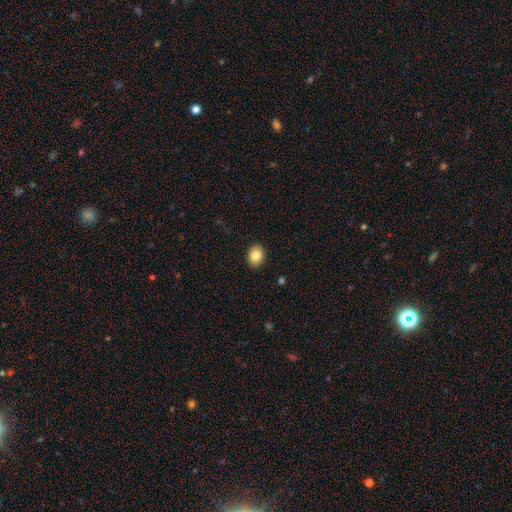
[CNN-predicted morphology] Q: Smooth or featured?
A: smooth (84%); runner-up: star or artifact (9%)
Q: How rounded?
A: in between (58%); runner-up: round (41%)
Q: Merging?
A: none (90%); runner-up: minor disturbance (7%)